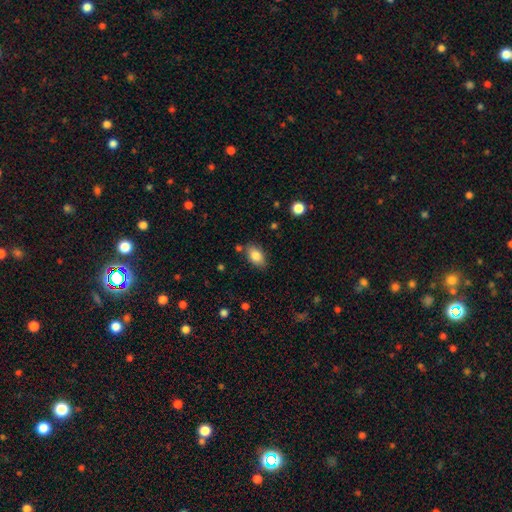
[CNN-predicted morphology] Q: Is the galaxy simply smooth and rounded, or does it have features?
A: smooth — 84%.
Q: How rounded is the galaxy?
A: in between — 90%.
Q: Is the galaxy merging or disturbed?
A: none — 80%.